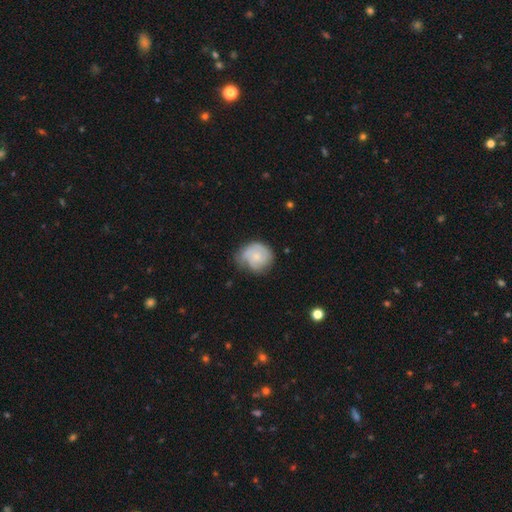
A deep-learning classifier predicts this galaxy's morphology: The model was most divided on "smooth or featured" (2-way tie): featured or disk: 47%, smooth: 47%, star or artifact: 7%. Remaining: merging — none (49%).